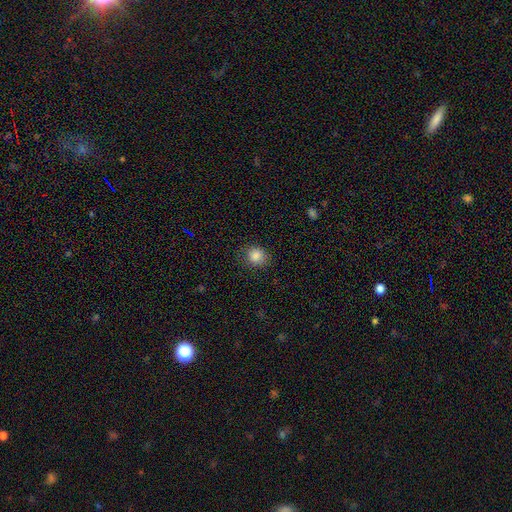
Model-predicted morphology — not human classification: smooth 85%, star or artifact 10%, featured or disk 4%. Down the decision tree: how rounded — round (80%); merging — none (84%).